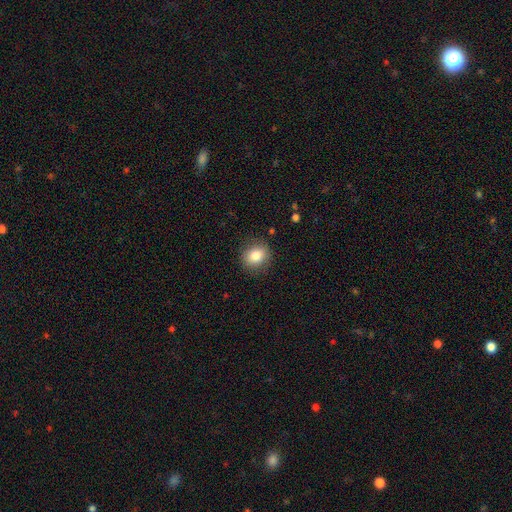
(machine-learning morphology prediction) Overall: smooth (82%). How rounded: round (68%; in between 31%). Merging: none (87%).